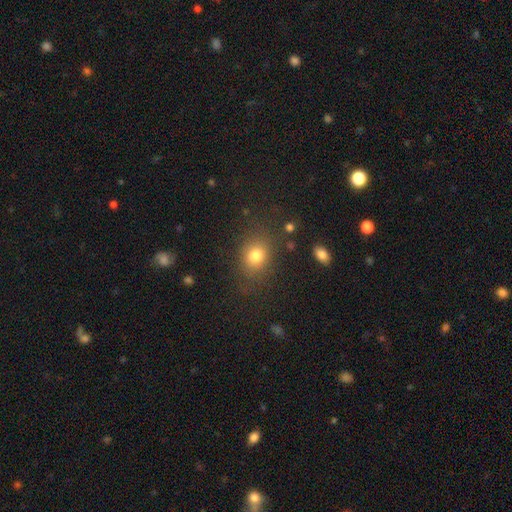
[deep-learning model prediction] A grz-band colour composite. It shows a smooth galaxy with no disk features (79%) that is round (53%). Merging: none (78%).